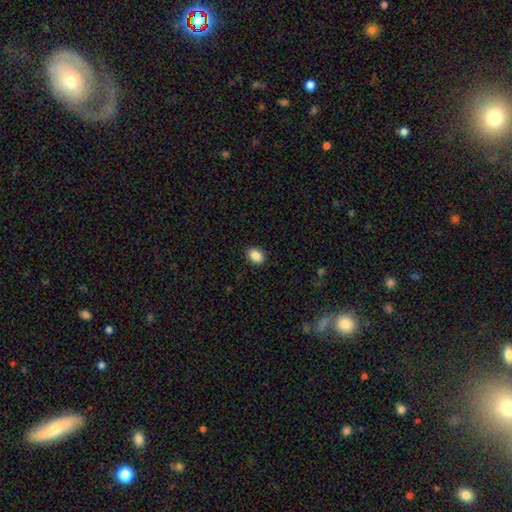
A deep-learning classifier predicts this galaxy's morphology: smooth-or-featured: smooth: 87% | star or artifact: 8% | featured or disk: 4%
  how-rounded: in between: 71% | round: 28% | cigar-shaped: 1%
  merging: none: 91% | minor disturbance: 7% | major disturbance: 2% | merger: 1%